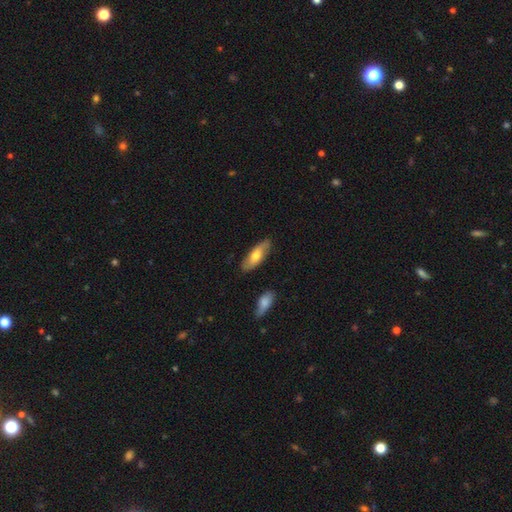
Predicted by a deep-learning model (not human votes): This is likely a smooth galaxy (64%). How rounded: likely in between (69%). Merging: clearly none (85%).